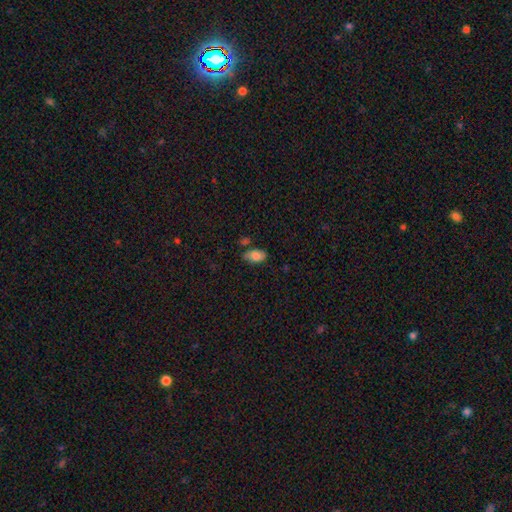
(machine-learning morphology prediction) The model was most divided on "merging": none: 67%, minor disturbance: 22%, merger: 6%, major disturbance: 5%. More confident: how rounded — in between (92%); smooth or featured — smooth (81%).